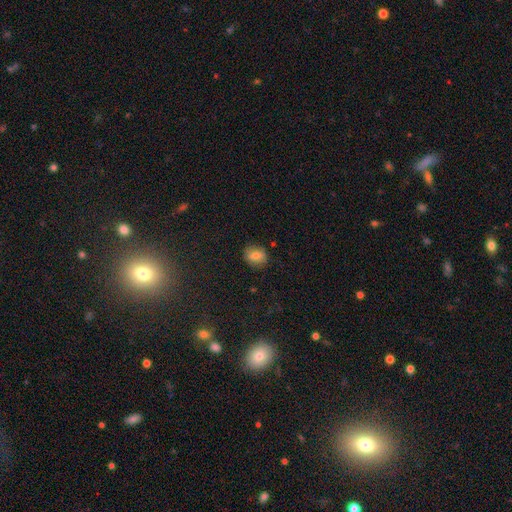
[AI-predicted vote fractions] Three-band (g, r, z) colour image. It shows a smooth galaxy with no disk features (78%) that is round (49%, tied with in between). Merging: none (82%).